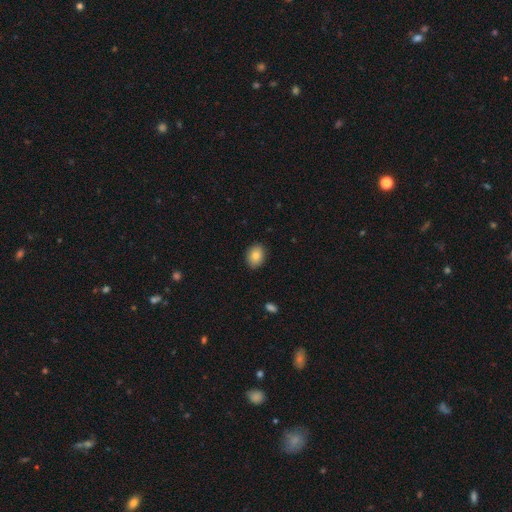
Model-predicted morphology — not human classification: This appears to be a smooth galaxy with no disk features (83%) that is in between round and cigar-shaped (67%). Merging: none (89%).